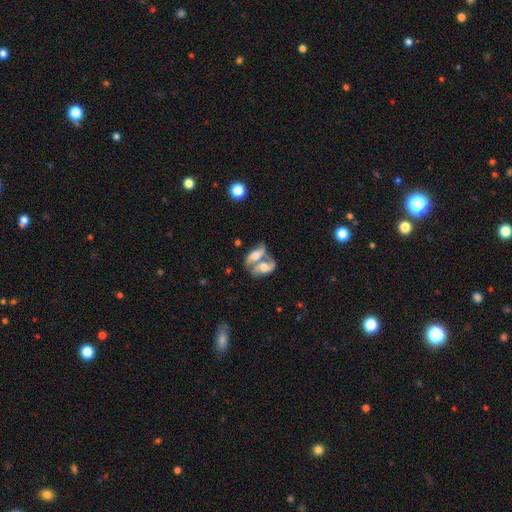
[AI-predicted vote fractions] Smooth or featured?
  - featured or disk: 61% *
  - smooth: 31%
  - star or artifact: 9%
Edge-on disk?
  - no: 89% *
  - yes: 11%
Bar?
  - no: 60% *
  - weak: 29%
  - strong: 11%
Spiral arms?
  - yes: 76% *
  - no: 24%
Bulge size?
  - moderate: 40% *
  - large: 27%
  - small: 18%
  - none: 11%
  - dominant: 4%
Merging?
  - merger: 71% *
  - none: 15%
  - major disturbance: 7%
  - minor disturbance: 6%